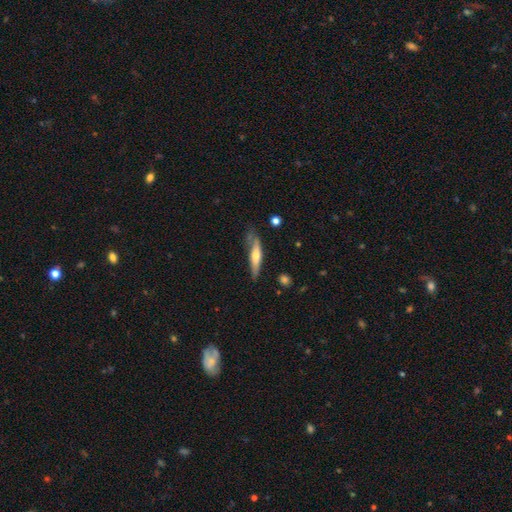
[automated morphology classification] A smooth galaxy with no disk features (50%) that is cigar-shaped (83%). Merging: none (63%).